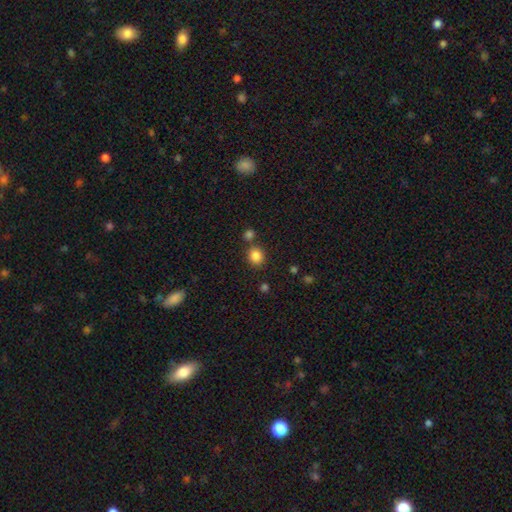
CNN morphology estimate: type=smooth (85%); roundness=round (76%); merging=none (75%).